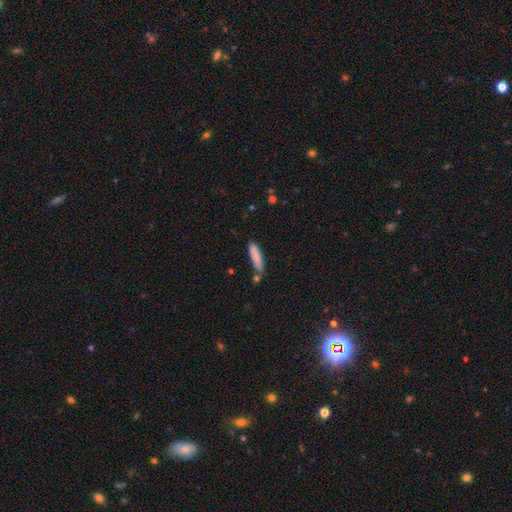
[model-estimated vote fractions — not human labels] smooth_or_featured: smooth (p=0.83) [alt: featured or disk p=0.10]
how_rounded: cigar-shaped (p=0.83) [alt: in between p=0.16]
merging: none (p=0.70) [alt: minor disturbance p=0.18]